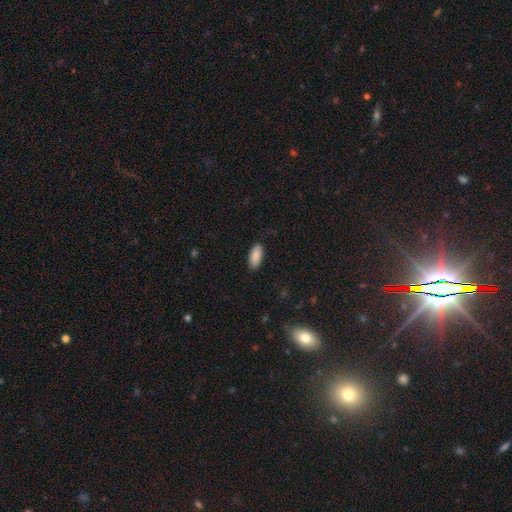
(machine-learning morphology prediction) Q: Smooth or featured?
A: smooth (89%); runner-up: star or artifact (6%)
Q: How rounded?
A: in between (86%); runner-up: cigar-shaped (13%)
Q: Merging?
A: none (87%); runner-up: minor disturbance (10%)